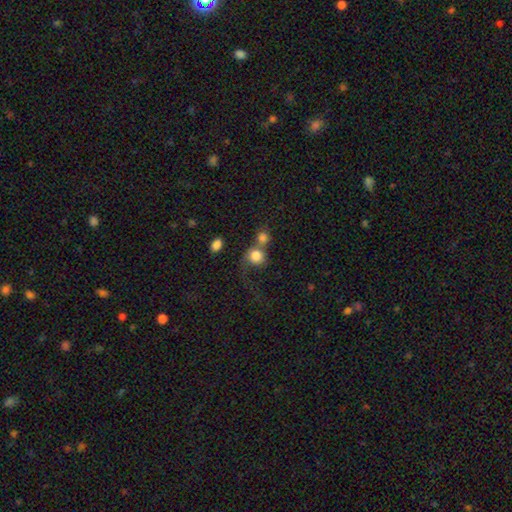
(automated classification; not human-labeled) Overall: smooth (78%). How rounded: round (80%). Merging: merger (51%; none 27%).